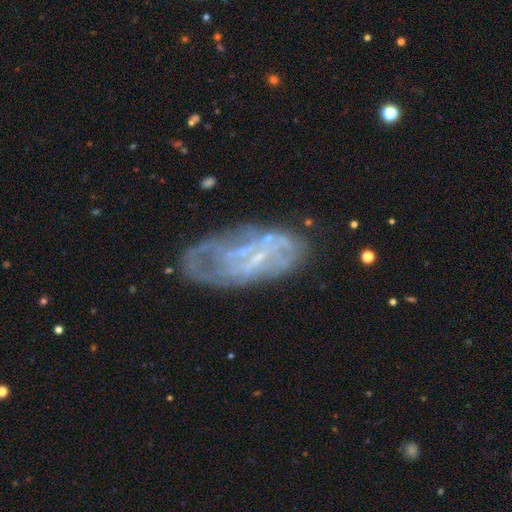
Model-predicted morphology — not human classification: Smooth or featured?
  - featured or disk: 70% *
  - smooth: 20%
  - star or artifact: 10%
Edge-on disk?
  - no: 93% *
  - yes: 7%
Bar?
  - no: 43% *
  - weak: 39%
  - strong: 18%
Spiral arms?
  - no: 50% * (tied)
  - yes: 50% * (tied)
Bulge size?
  - small: 52% *
  - none: 36%
  - moderate: 9%
  - large: 1%
  - dominant: 1%
Merging?
  - none: 58% *
  - minor disturbance: 23%
  - major disturbance: 15%
  - merger: 4%